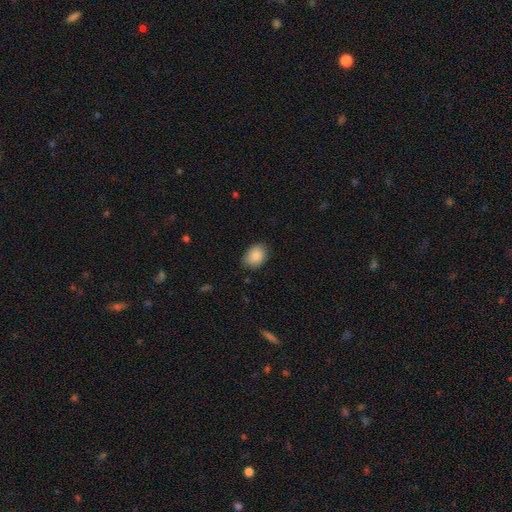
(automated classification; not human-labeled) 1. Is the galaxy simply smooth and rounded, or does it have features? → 88% smooth, 7% star or artifact, 5% featured or disk.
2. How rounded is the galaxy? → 71% in between, 28% round, 1% cigar-shaped.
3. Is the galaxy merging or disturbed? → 77% none, 19% minor disturbance, 3% major disturbance, 1% merger.